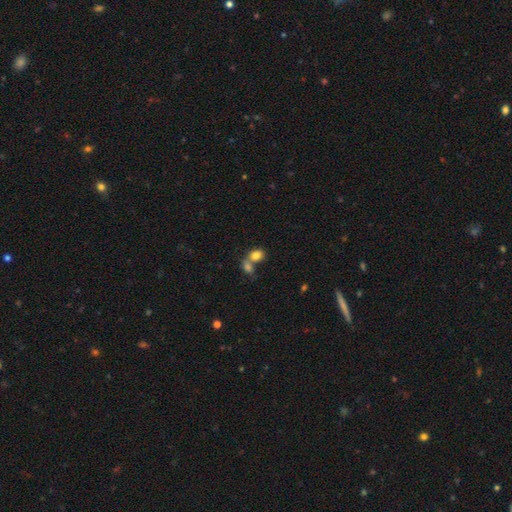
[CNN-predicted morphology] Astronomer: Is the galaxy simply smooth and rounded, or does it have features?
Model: smooth — 81%.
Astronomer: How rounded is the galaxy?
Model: in between — 55% (runner-up: round, 43%).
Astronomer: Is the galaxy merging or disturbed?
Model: merger — 59%.